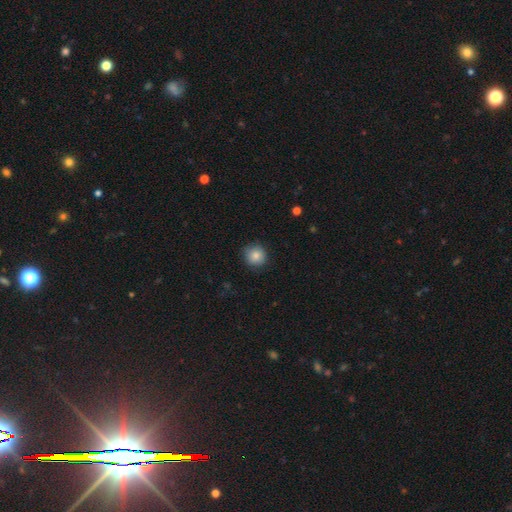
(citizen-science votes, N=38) Smooth or featured? 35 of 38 (92%) said smooth. How rounded? 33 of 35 (94%) said round. Merging? 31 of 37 (84%) said none.